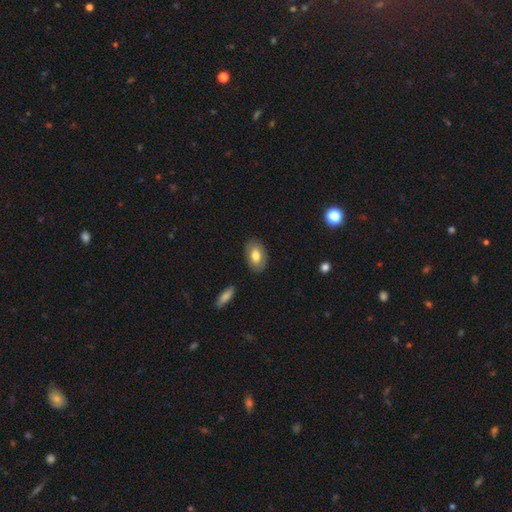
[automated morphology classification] Smooth or featured: smooth — 77% (featured or disk — 17%)
How rounded: in between — 90% (round — 8%)
Merging: none — 86% (minor disturbance — 10%)